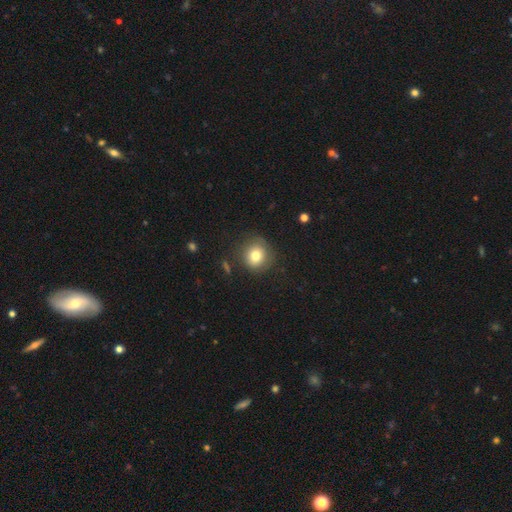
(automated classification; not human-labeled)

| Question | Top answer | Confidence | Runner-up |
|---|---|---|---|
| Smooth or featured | smooth | 78% | featured or disk (12%) |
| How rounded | round | 86% | in between (13%) |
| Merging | none | 81% | minor disturbance (13%) |